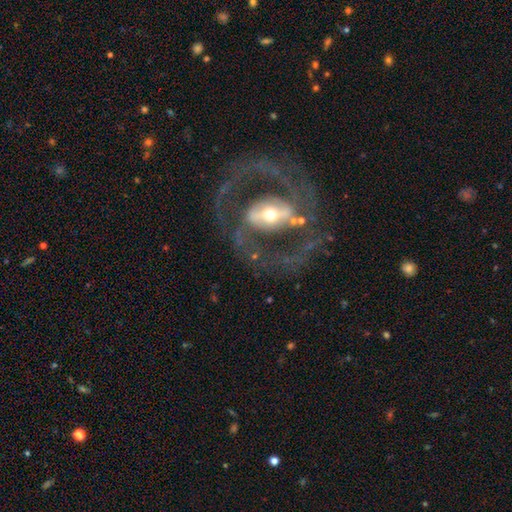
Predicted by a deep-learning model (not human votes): This is clearly a featured or disk galaxy (87%). It is clearly not viewed edge-on (96%). Bar: possibly strong (45%). Spiral arm pattern: likely yes (78%). Spiral arm count: clearly 2 (87%). Spiral winding: possibly medium (52%). Central bulge: possibly moderate (55%). Merging: likely none (75%).